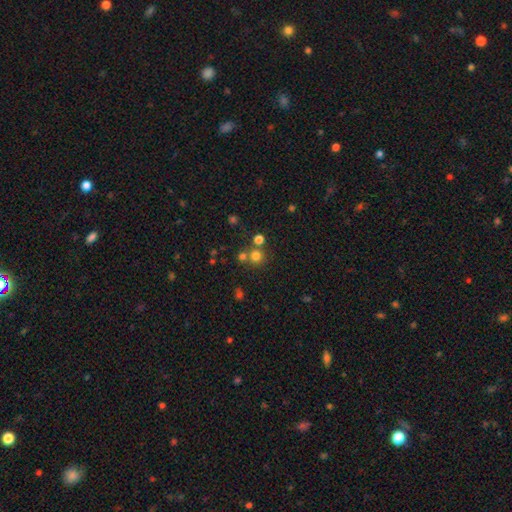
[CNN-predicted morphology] A smooth galaxy with no disk features (73%) that is round (91%).

Vote fractions:
- Smooth or featured? smooth: 73% / star or artifact: 20% / featured or disk: 8%
- How rounded? round: 91% / in between: 8% / cigar-shaped: 1%
- Merging? none: 67% / merger: 23% / minor disturbance: 7% / major disturbance: 3%